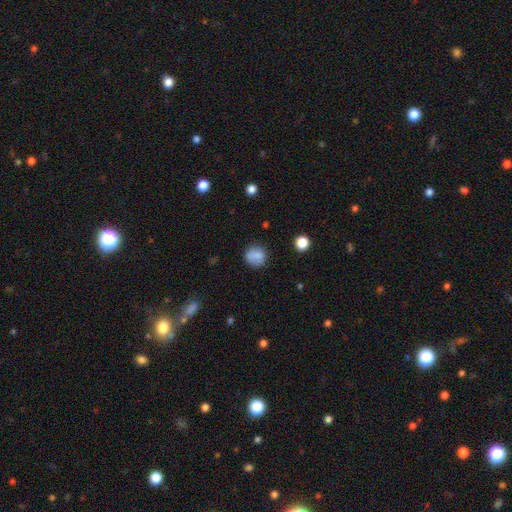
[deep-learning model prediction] Q: Smooth or featured?
A: smooth (82%); runner-up: star or artifact (10%)
Q: How rounded?
A: round (84%); runner-up: in between (15%)
Q: Merging?
A: none (77%); runner-up: minor disturbance (16%)